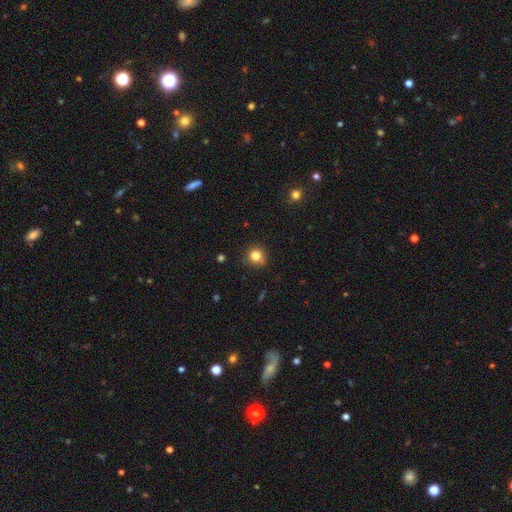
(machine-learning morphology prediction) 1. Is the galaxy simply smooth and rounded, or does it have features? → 82% smooth, 12% star or artifact, 6% featured or disk.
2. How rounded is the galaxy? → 89% round, 10% in between, 1% cigar-shaped.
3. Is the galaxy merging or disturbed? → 83% none, 12% minor disturbance, 3% major disturbance, 2% merger.